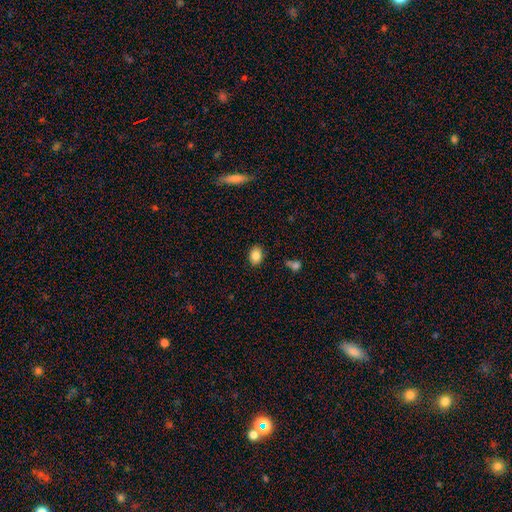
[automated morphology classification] Smooth or featured? smooth (84%)
How rounded? in between (73%)
Merging? none (87%)